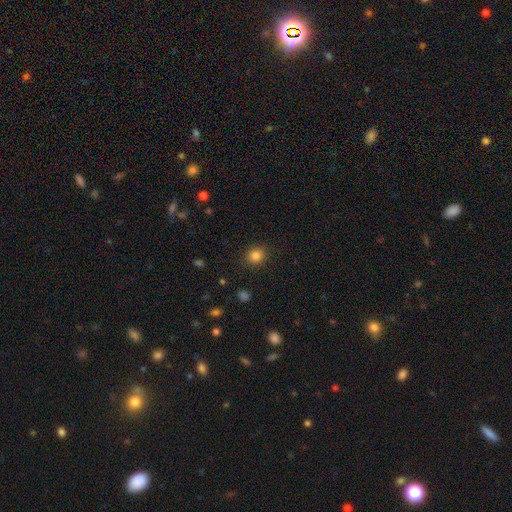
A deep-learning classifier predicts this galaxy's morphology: Smooth or featured?
  - smooth: 84% *
  - star or artifact: 12%
  - featured or disk: 5%
How rounded?
  - round: 76% *
  - in between: 23%
  - cigar-shaped: 1%
Merging?
  - none: 89% *
  - minor disturbance: 7%
  - major disturbance: 2%
  - merger: 1%